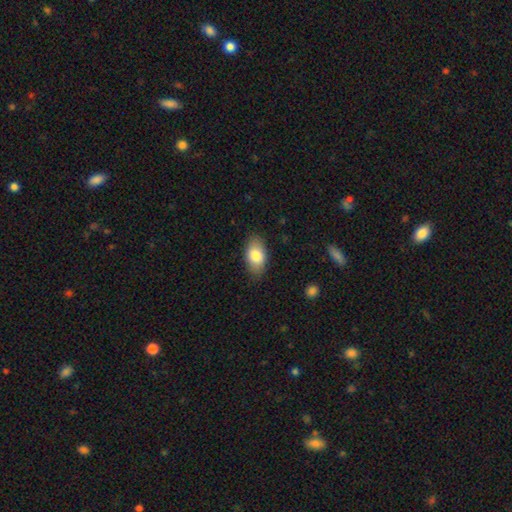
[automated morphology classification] This is clearly a smooth galaxy (81%). How rounded: clearly in between (91%). Merging: clearly none (83%).